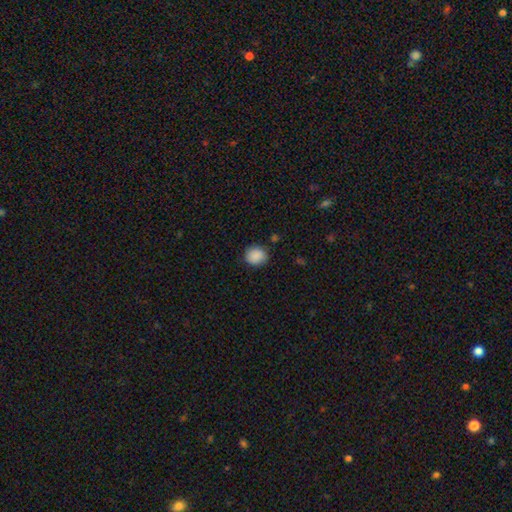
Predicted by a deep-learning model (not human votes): Morphology: type=smooth (89%); roundness=round (83%); merging=none (85%).